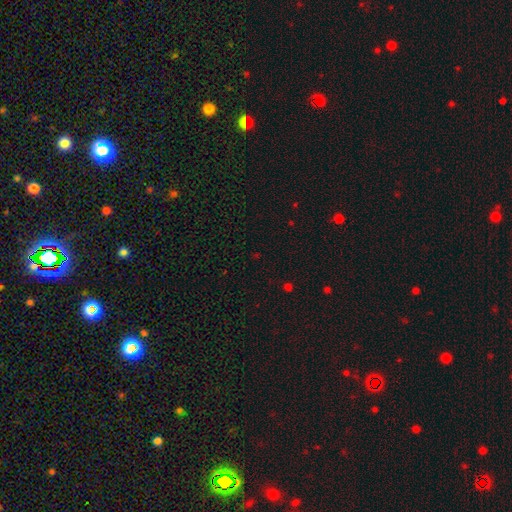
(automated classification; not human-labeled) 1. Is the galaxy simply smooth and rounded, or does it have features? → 66% star or artifact, 27% smooth, 7% featured or disk.